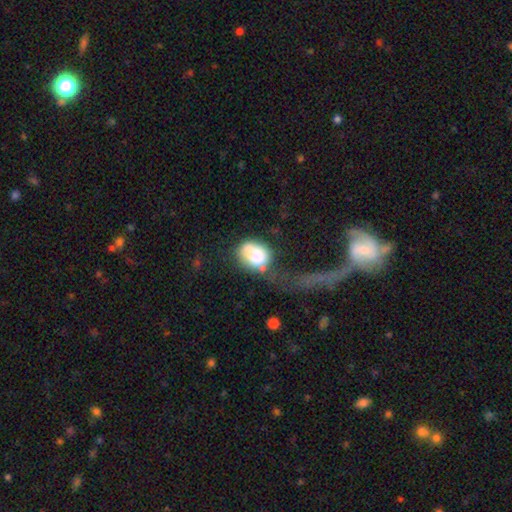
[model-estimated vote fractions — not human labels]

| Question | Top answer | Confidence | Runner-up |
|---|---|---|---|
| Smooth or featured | smooth | 72% | featured or disk (19%) |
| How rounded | in between | 55% | round (43%) |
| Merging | major disturbance | 35% | none (27%) |